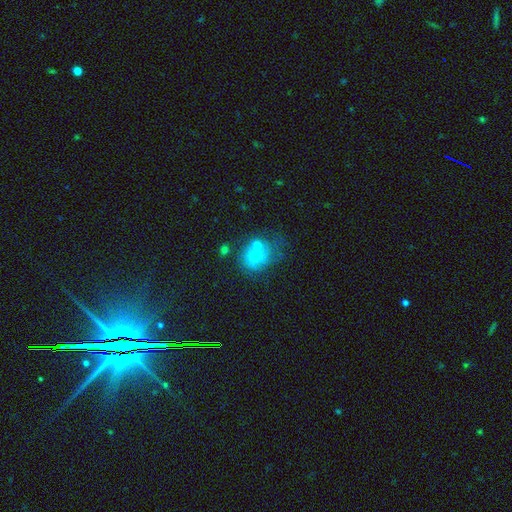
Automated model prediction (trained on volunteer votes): A smooth galaxy with no disk features (63%) that is round (59%). Merging: none (38%).